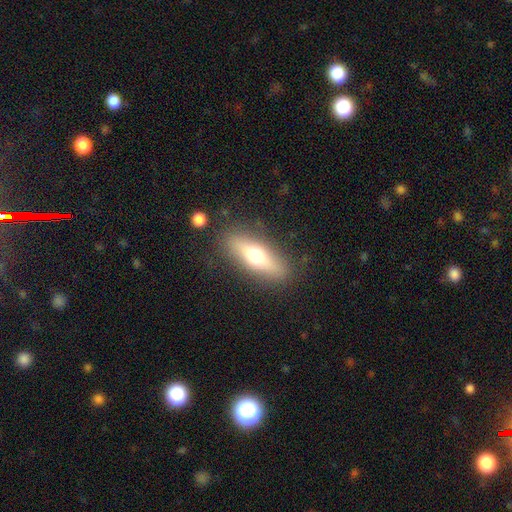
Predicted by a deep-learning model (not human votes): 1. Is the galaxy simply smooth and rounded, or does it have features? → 56% smooth, 36% featured or disk, 8% star or artifact.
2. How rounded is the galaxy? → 53% in between, 42% cigar-shaped, 4% round.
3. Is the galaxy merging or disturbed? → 84% none, 10% minor disturbance, 4% major disturbance, 2% merger.